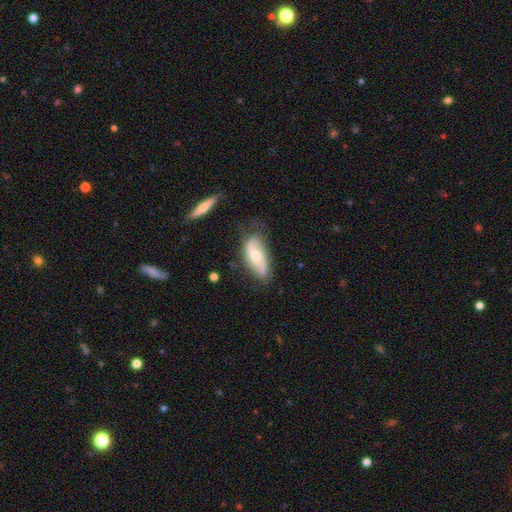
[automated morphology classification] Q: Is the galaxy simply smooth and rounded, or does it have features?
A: featured or disk — 61%.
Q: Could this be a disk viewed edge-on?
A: no — 87%.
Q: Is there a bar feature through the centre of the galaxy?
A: no — 58%.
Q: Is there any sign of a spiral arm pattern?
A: yes — 83%.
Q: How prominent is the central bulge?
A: moderate — 56%.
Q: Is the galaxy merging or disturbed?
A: none — 61%.